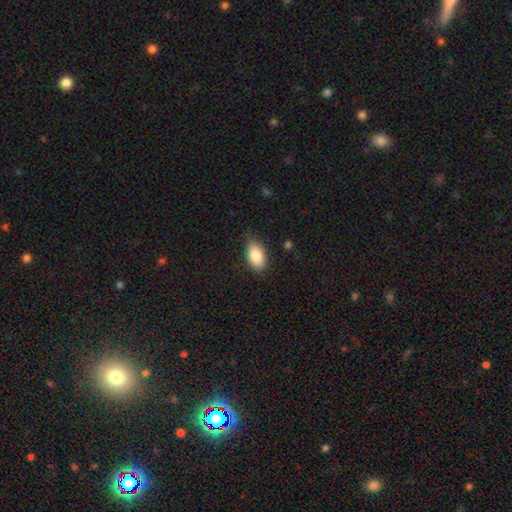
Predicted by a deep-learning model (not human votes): A smooth galaxy with no disk features (86%) that is in between round and cigar-shaped (92%).

Vote fractions:
- Smooth or featured? smooth: 86% / featured or disk: 7% / star or artifact: 7%
- How rounded? in between: 92% / round: 5% / cigar-shaped: 3%
- Merging? none: 75% / minor disturbance: 20% / major disturbance: 3% / merger: 1%